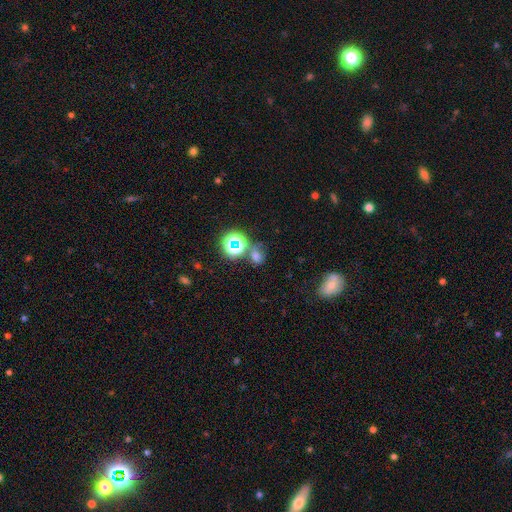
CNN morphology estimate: smooth 56%, star or artifact 35%, featured or disk 9%. Down the decision tree: how rounded — round (51%); merging — none (60%).